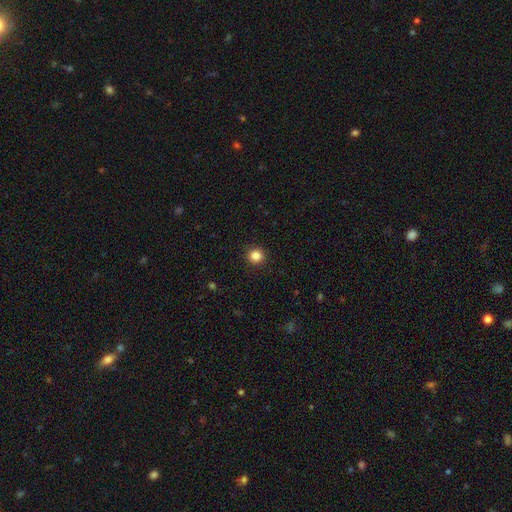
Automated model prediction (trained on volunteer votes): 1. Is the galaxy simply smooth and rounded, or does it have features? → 85% smooth, 11% star or artifact, 4% featured or disk.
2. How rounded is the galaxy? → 93% round, 6% in between, 1% cigar-shaped.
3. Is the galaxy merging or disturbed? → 93% none, 5% minor disturbance, 2% major disturbance, 1% merger.